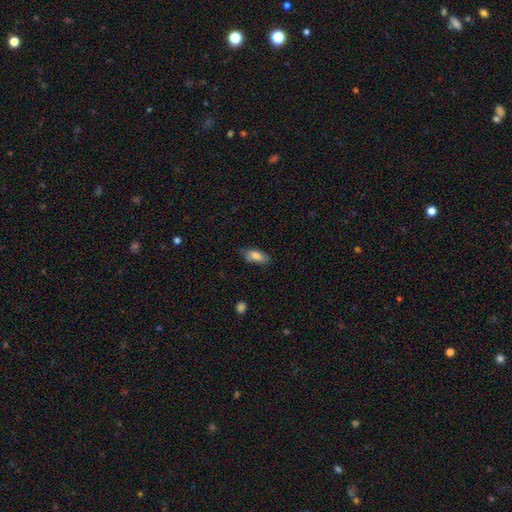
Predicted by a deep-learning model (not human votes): A smooth galaxy with no disk features (79%) that is in between round and cigar-shaped (84%).

Vote fractions:
- Smooth or featured? smooth: 79% / featured or disk: 14% / star or artifact: 7%
- How rounded? in between: 84% / cigar-shaped: 13% / round: 3%
- Merging? none: 71% / minor disturbance: 22% / major disturbance: 4% / merger: 3%